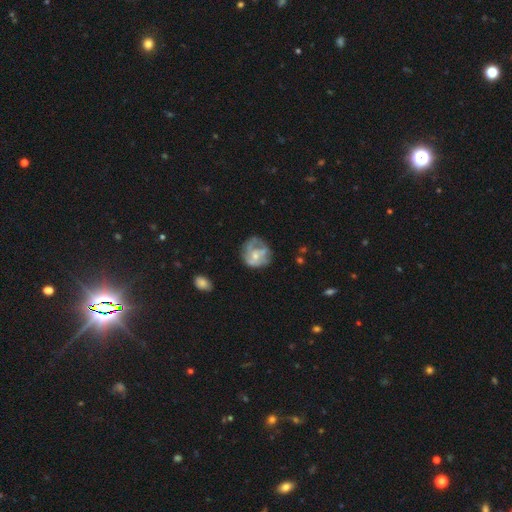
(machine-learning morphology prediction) Smooth or featured: featured or disk — 58% (smooth — 34%)
Edge-on disk: no — 98% (yes — 2%)
Bar: no — 79% (weak — 18%)
Spiral arms: no — 59% (yes — 41%)
Bulge size: small — 48% (moderate — 40%)
Merging: none — 49% (minor disturbance — 24%)